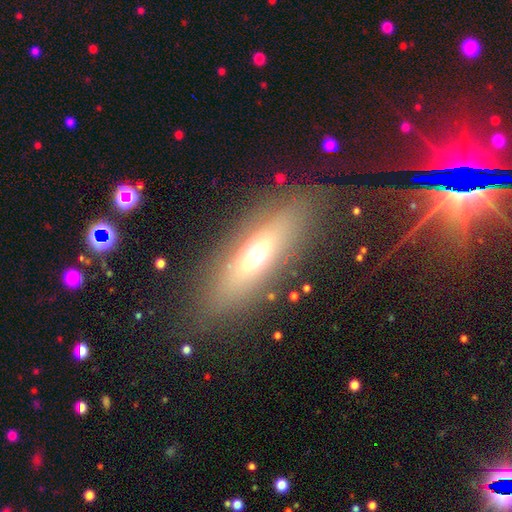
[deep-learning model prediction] Smooth or featured? Predicted: smooth (p=0.45). Merging? Predicted: none (p=0.82).